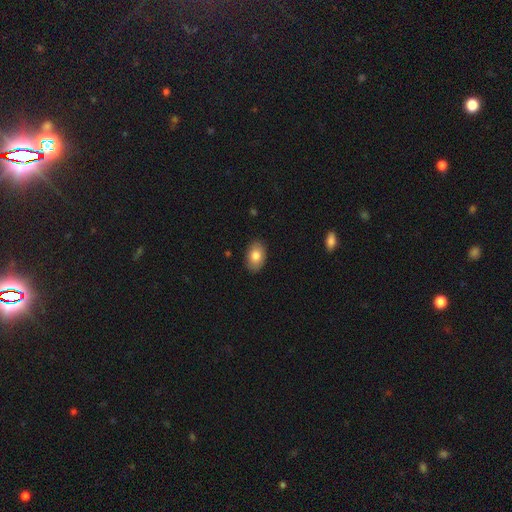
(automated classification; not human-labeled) smooth_or_featured: smooth (p=0.82) [alt: featured or disk p=0.11]
how_rounded: in between (p=0.88) [alt: round p=0.11]
merging: none (p=0.88) [alt: minor disturbance p=0.09]